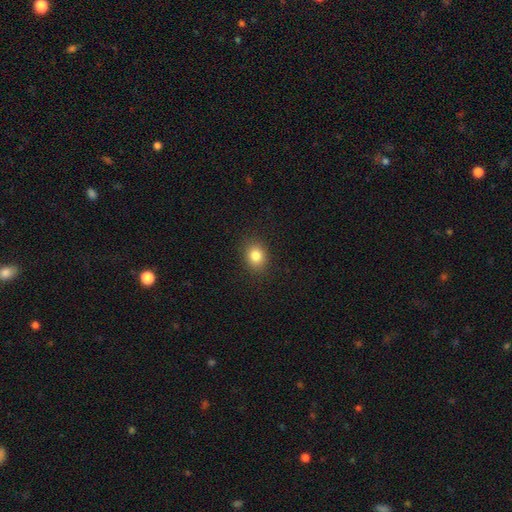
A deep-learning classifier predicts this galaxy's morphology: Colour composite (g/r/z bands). It shows a smooth galaxy with no disk features (83%) that is round (51%). Merging: none (88%).